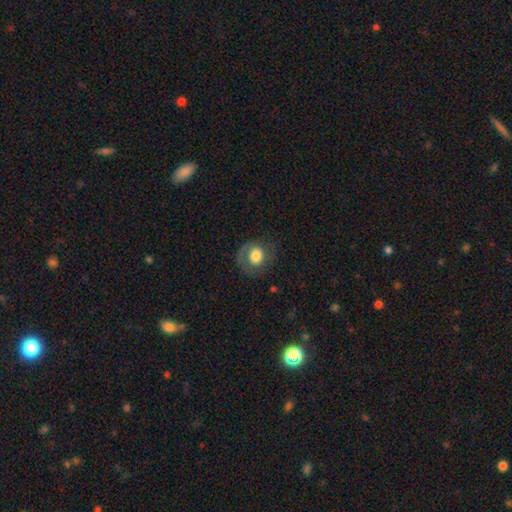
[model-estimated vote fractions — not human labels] Overall: smooth (60%; featured or disk 32%). How rounded: round (71%). Merging: none (58%; minor disturbance 20%).